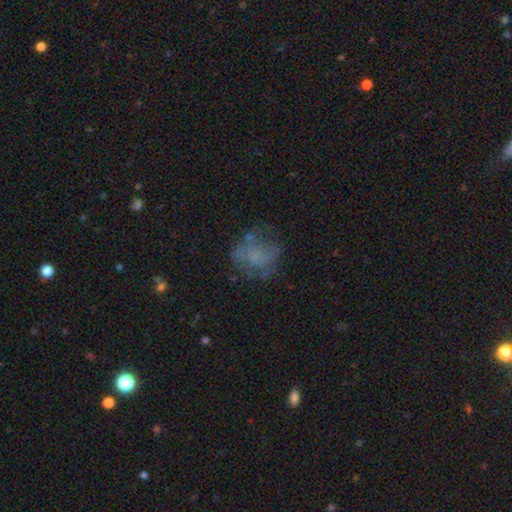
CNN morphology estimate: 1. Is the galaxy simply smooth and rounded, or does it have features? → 45% smooth, 40% featured or disk, 15% star or artifact.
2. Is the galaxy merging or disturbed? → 56% none, 21% minor disturbance, 20% major disturbance, 3% merger.